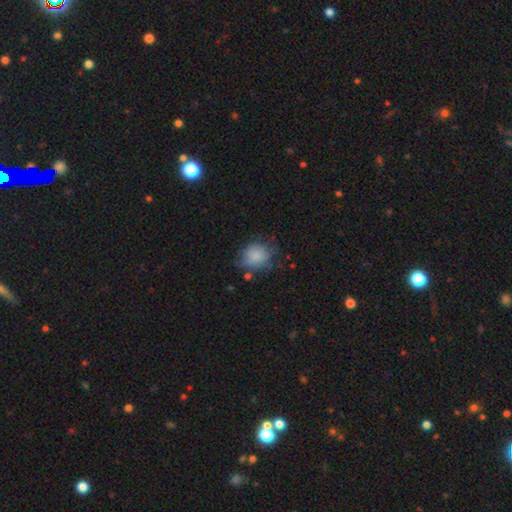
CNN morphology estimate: A smooth galaxy with no disk features (80%) that is round (64%). Merging: none (50%).